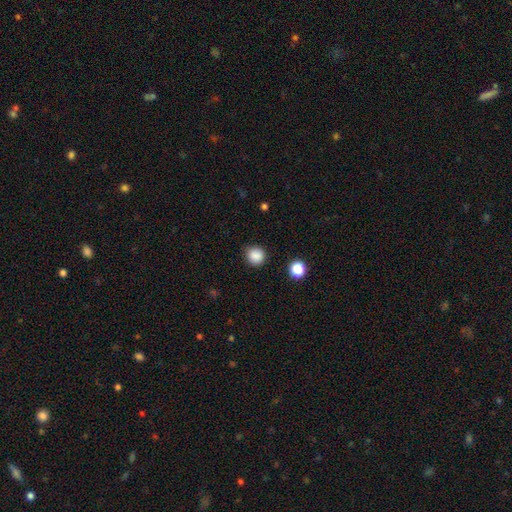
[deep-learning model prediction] smooth_or_featured: smooth (p=0.86) [alt: star or artifact p=0.11]
how_rounded: round (p=0.89) [alt: in between p=0.10]
merging: none (p=0.87) [alt: minor disturbance p=0.09]